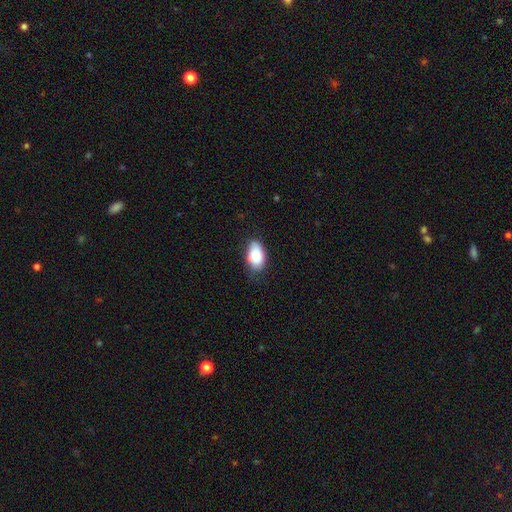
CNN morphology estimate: Smooth or featured?
  - smooth: 86% *
  - star or artifact: 7%
  - featured or disk: 7%
How rounded?
  - in between: 93% *
  - round: 6%
  - cigar-shaped: 2%
Merging?
  - none: 70% *
  - minor disturbance: 24%
  - major disturbance: 4%
  - merger: 1%